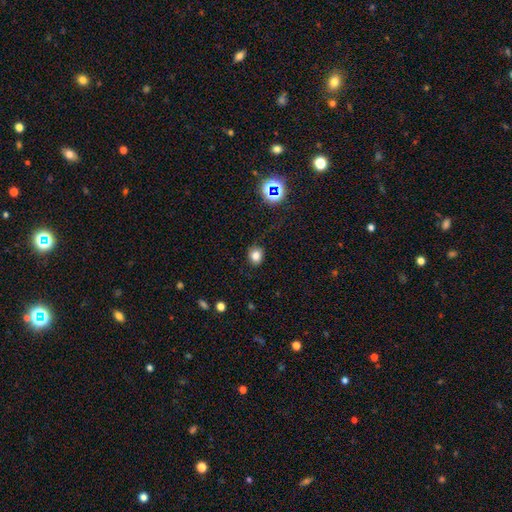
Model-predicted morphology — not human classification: A smooth galaxy with no disk features (77%) that is round (65%).

Vote fractions:
- Smooth or featured? smooth: 77% / star or artifact: 16% / featured or disk: 7%
- How rounded? round: 65% / in between: 34% / cigar-shaped: 1%
- Merging? none: 79% / minor disturbance: 15% / major disturbance: 5% / merger: 1%